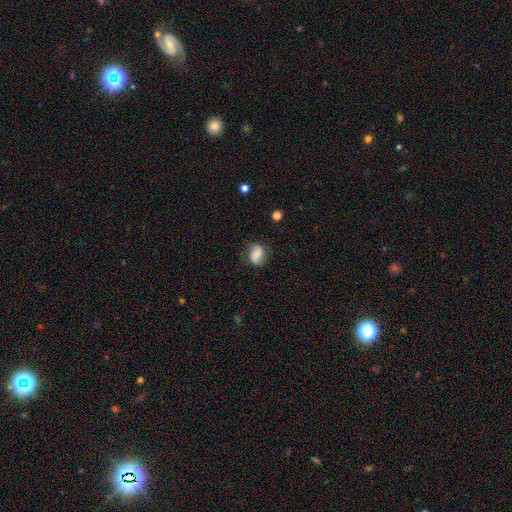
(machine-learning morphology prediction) A smooth galaxy with no disk features (62%) that is in between round and cigar-shaped (57%).

Vote fractions:
- Smooth or featured? smooth: 62% / featured or disk: 29% / star or artifact: 9%
- How rounded? in between: 57% / round: 42% / cigar-shaped: 2%
- Merging? none: 69% / minor disturbance: 22% / major disturbance: 8% / merger: 2%